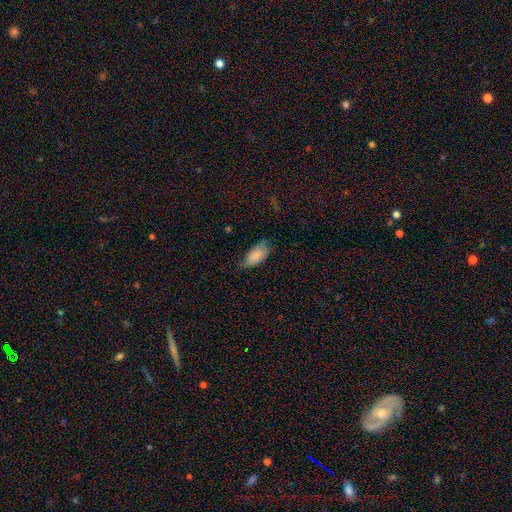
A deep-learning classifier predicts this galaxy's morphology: Smooth or featured? smooth (83%)
How rounded? in between (93%)
Merging? none (57%)